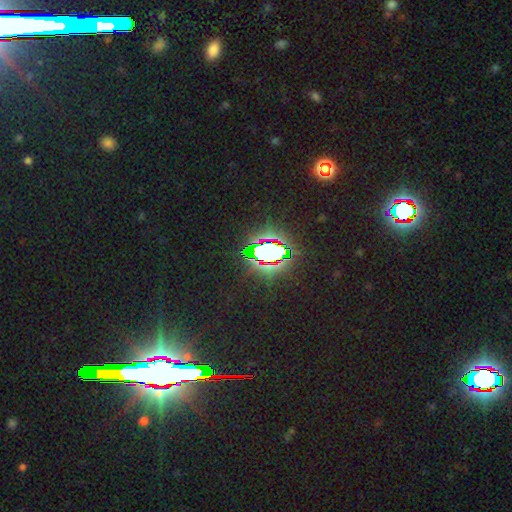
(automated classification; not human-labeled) Q: Smooth or featured?
A: star or artifact (75%); runner-up: smooth (15%)